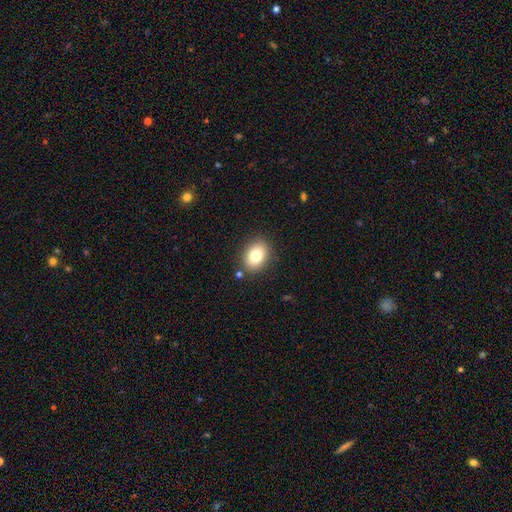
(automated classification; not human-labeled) Smooth or featured? smooth (78%)
How rounded? in between (65%)
Merging? none (85%)